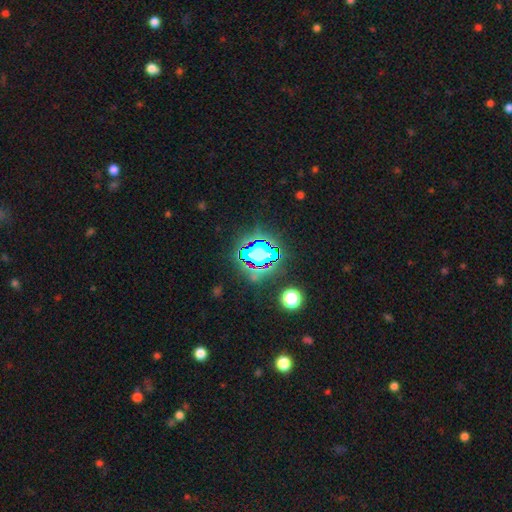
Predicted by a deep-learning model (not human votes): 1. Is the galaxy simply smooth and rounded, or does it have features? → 83% star or artifact, 10% smooth, 7% featured or disk.